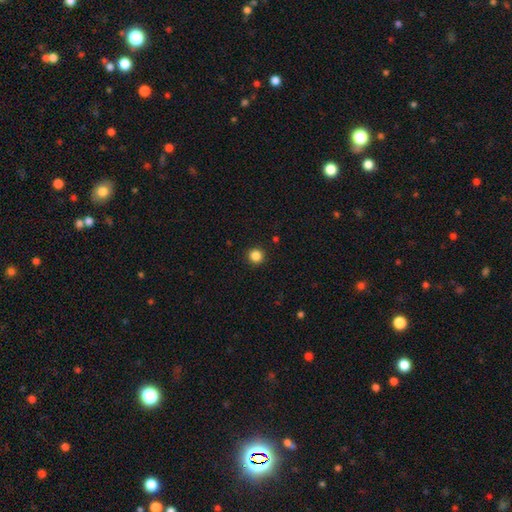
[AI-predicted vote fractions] smooth_or_featured: smooth (p=0.85) [alt: star or artifact p=0.12]
how_rounded: round (p=0.94) [alt: in between p=0.05]
merging: none (p=0.92) [alt: minor disturbance p=0.05]